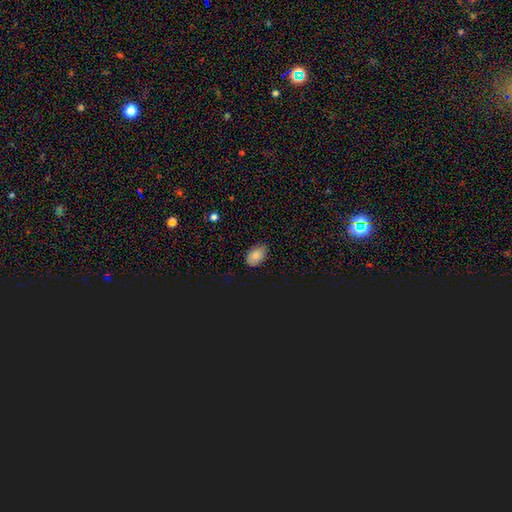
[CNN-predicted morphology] Smooth or featured? Predicted: smooth (p=0.74). How rounded? Predicted: in between (p=0.87). Merging? Predicted: none (p=0.78).